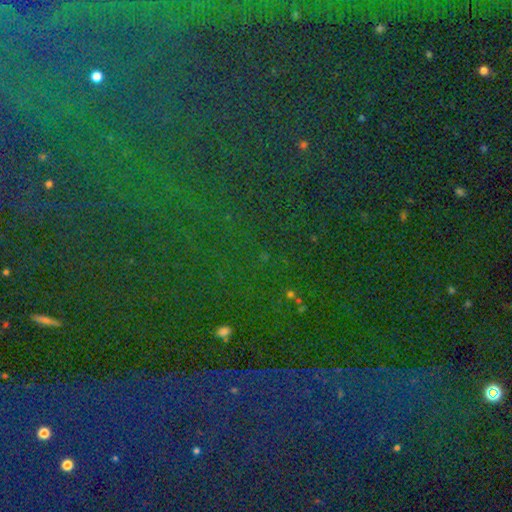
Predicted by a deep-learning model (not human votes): Smooth or featured? star or artifact (84%)